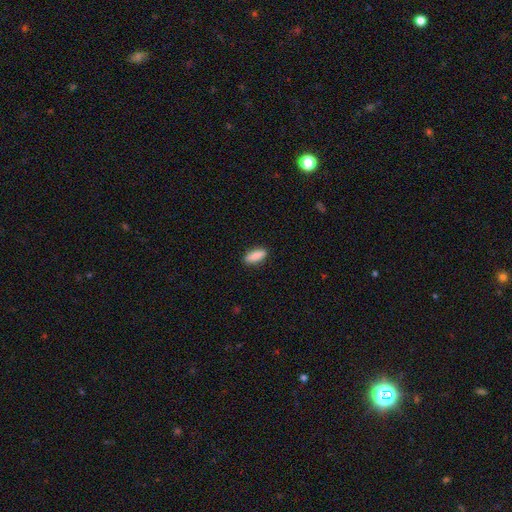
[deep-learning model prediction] Morphology: type=smooth (88%); roundness=in between (66%); merging=none (89%).